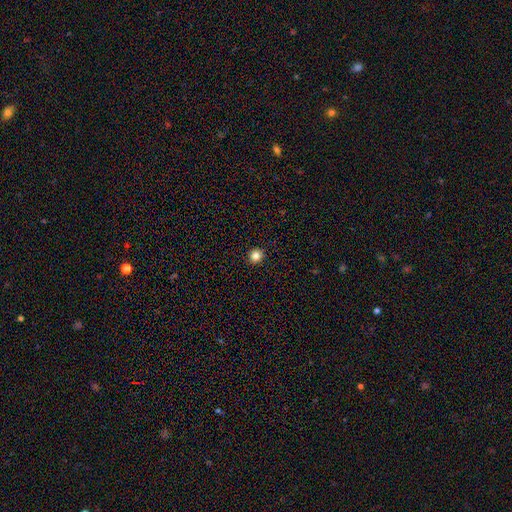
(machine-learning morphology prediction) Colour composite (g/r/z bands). It shows a smooth galaxy with no disk features (84%) that is round (92%). Merging: none (93%).